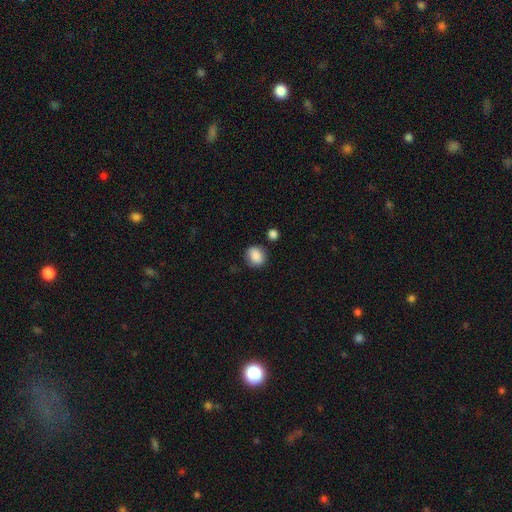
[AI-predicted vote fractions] smooth_or_featured: smooth (p=0.87) [alt: star or artifact p=0.08]
how_rounded: round (p=0.61) [alt: in between p=0.37]
merging: none (p=0.77) [alt: minor disturbance p=0.15]